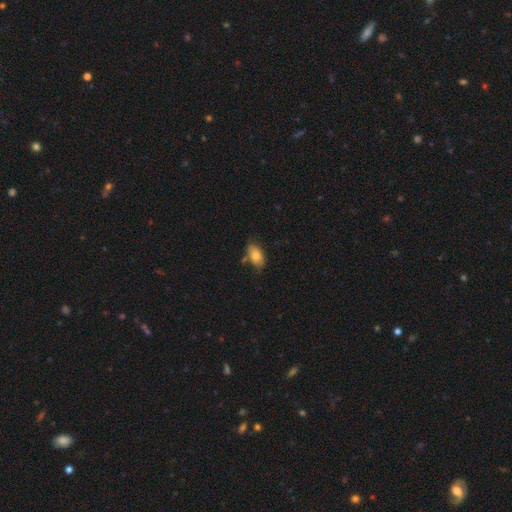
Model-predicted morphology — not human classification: smooth 77%, featured or disk 15%, star or artifact 8%. Down the decision tree: how rounded — in between (91%); merging — none (71%).